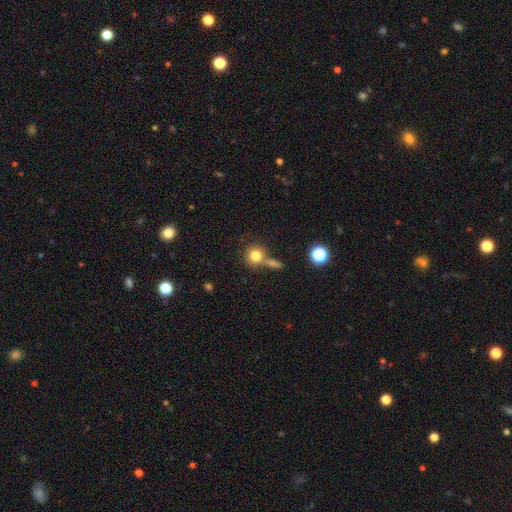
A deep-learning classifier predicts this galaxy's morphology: This appears to be a smooth galaxy with no disk features (80%) that is round (90%). Merging: none (59%).